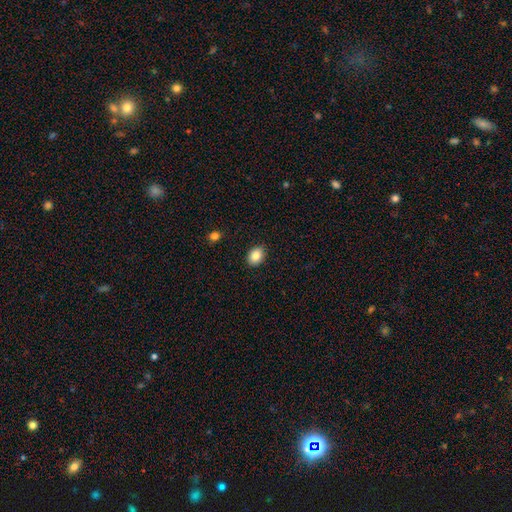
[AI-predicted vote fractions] smooth_or_featured: smooth (p=0.85) [alt: star or artifact p=0.08]
how_rounded: in between (p=0.68) [alt: round p=0.32]
merging: none (p=0.89) [alt: minor disturbance p=0.08]